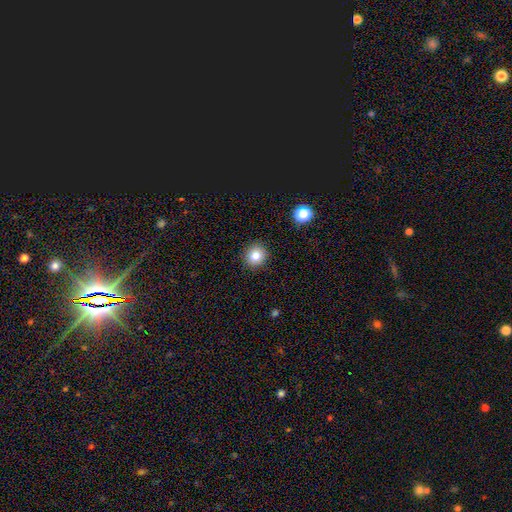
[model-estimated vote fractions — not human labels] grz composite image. It shows a smooth galaxy with no disk features (81%) that is round (88%). Merging: none (90%).